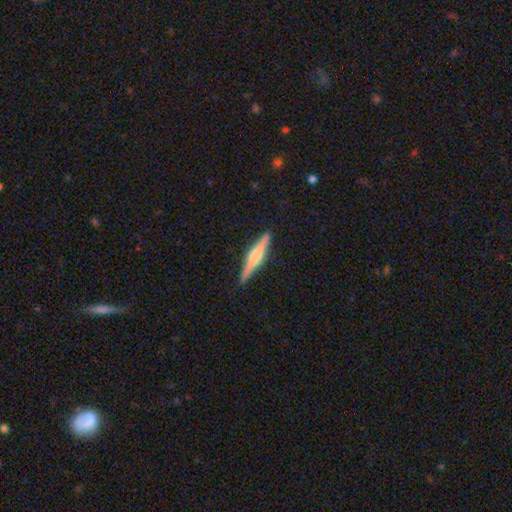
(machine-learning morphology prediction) Smooth or featured? Predicted: featured or disk (p=0.63). Edge-on disk? Predicted: yes (p=0.97). Edge-on bulge? Predicted: rounded (p=0.70). Merging? Predicted: none (p=0.89).